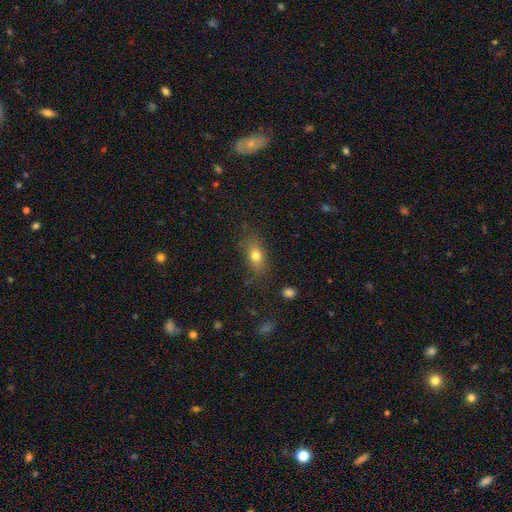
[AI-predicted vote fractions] Morphology: type=smooth (75%); roundness=in between (74%); merging=none (76%).